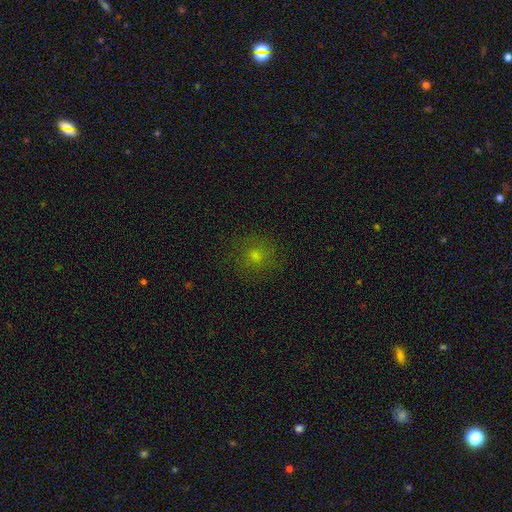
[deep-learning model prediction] smooth_or_featured: smooth (p=0.61) [alt: star or artifact p=0.25]
how_rounded: round (p=0.90) [alt: in between p=0.09]
merging: none (p=0.84) [alt: minor disturbance p=0.11]